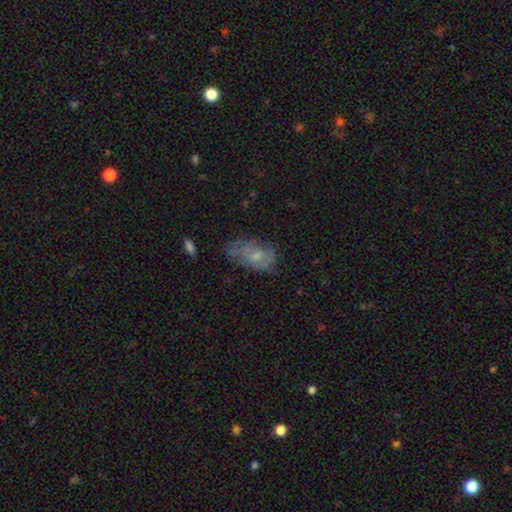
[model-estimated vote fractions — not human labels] A smooth galaxy with no disk features (46%). Merging: none (49%).